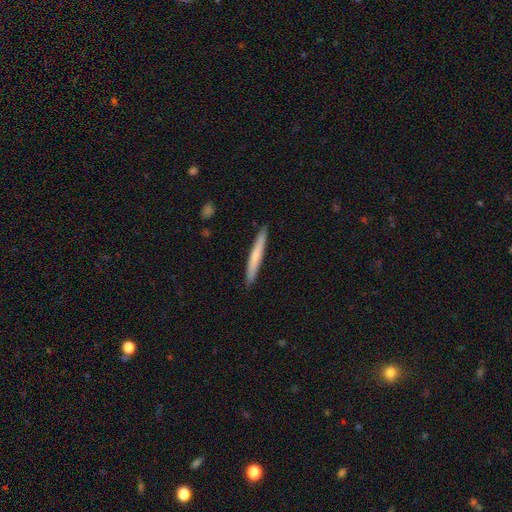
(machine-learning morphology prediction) smooth 60%, featured or disk 35%, star or artifact 5%. Down the decision tree: how rounded — cigar-shaped (96%); merging — none (91%).